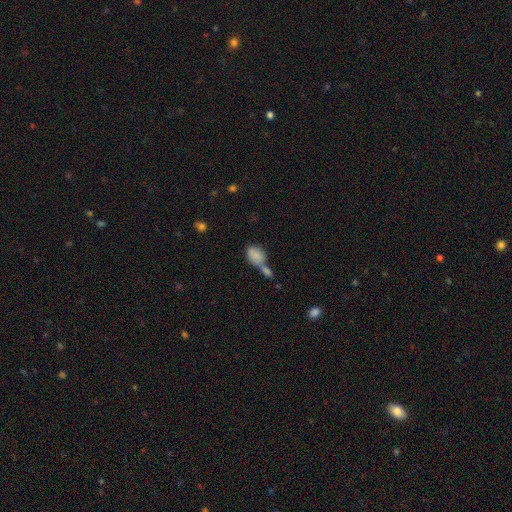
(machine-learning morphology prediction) A smooth galaxy with no disk features (82%) that is in between round and cigar-shaped (73%). Merging: merger (59%).